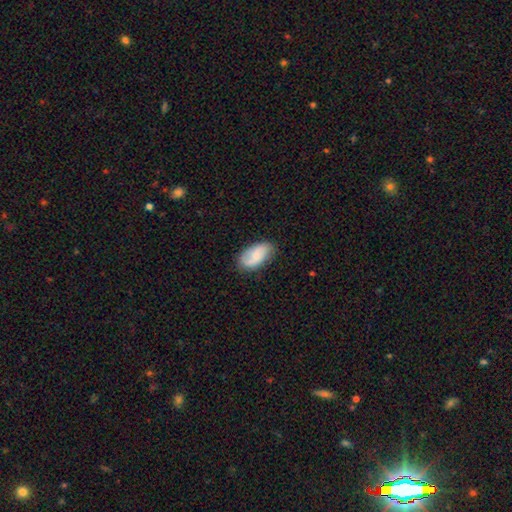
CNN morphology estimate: Q: Smooth or featured?
A: smooth (59%); runner-up: featured or disk (35%)
Q: How rounded?
A: in between (93%); runner-up: round (4%)
Q: Merging?
A: none (74%); runner-up: minor disturbance (19%)